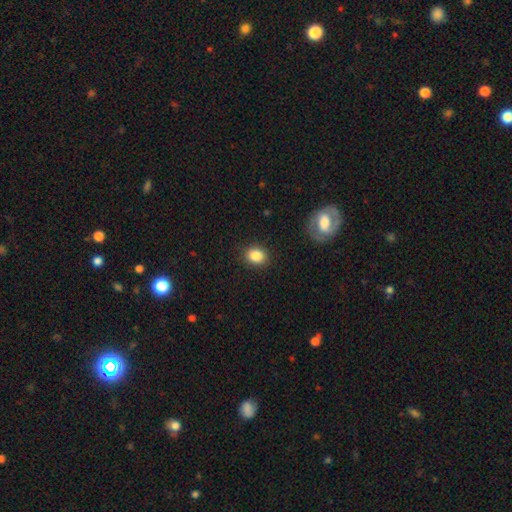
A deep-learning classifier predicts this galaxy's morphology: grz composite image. It shows a smooth galaxy with no disk features (85%) that is round (55%). Merging: none (88%).